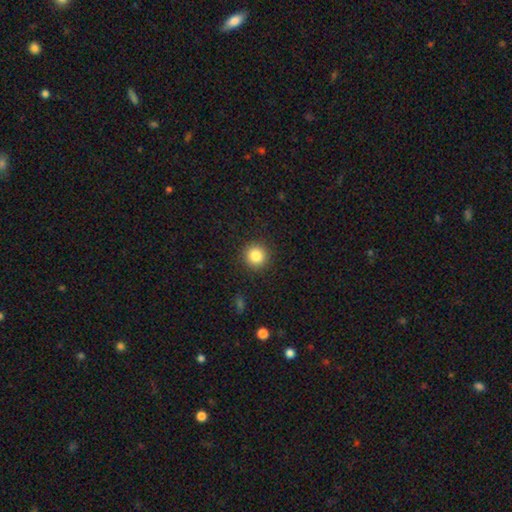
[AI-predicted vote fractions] The model was most divided on "smooth or featured": smooth: 85%, star or artifact: 10%, featured or disk: 5%. More confident: how rounded — round (94%); merging — none (92%).